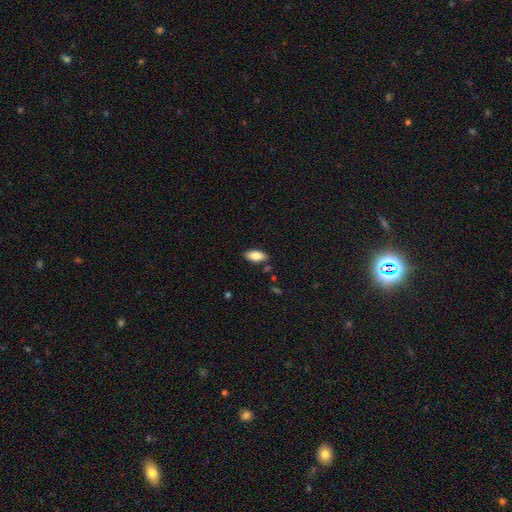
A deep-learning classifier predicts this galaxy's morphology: A smooth galaxy with no disk features (83%) that is in between round and cigar-shaped (90%).

Vote fractions:
- Smooth or featured? smooth: 83% / featured or disk: 10% / star or artifact: 7%
- How rounded? in between: 90% / cigar-shaped: 8% / round: 2%
- Merging? none: 83% / minor disturbance: 12% / merger: 3% / major disturbance: 2%